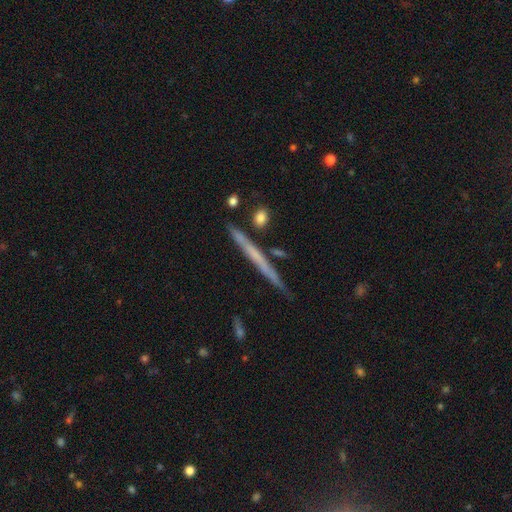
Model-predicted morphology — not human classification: Q: Smooth or featured?
A: featured or disk (55%); runner-up: smooth (39%)
Q: Edge-on disk?
A: yes (97%); runner-up: no (3%)
Q: Edge-on bulge?
A: none (88%); runner-up: rounded (9%)
Q: Merging?
A: none (86%); runner-up: minor disturbance (9%)